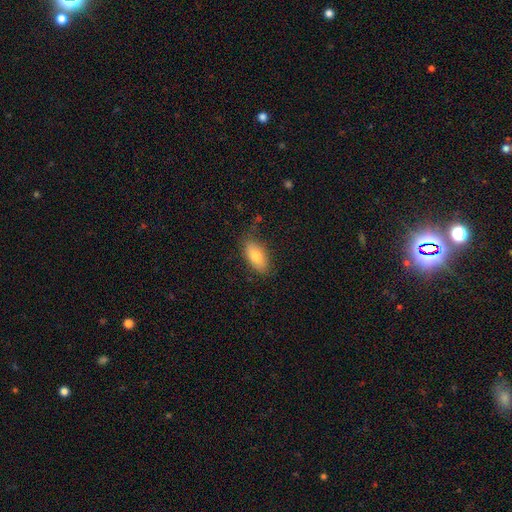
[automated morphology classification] The model was most divided on "merging": none: 78%, minor disturbance: 17%, major disturbance: 4%, merger: 1%. More confident: how rounded — in between (90%); smooth or featured — smooth (81%).